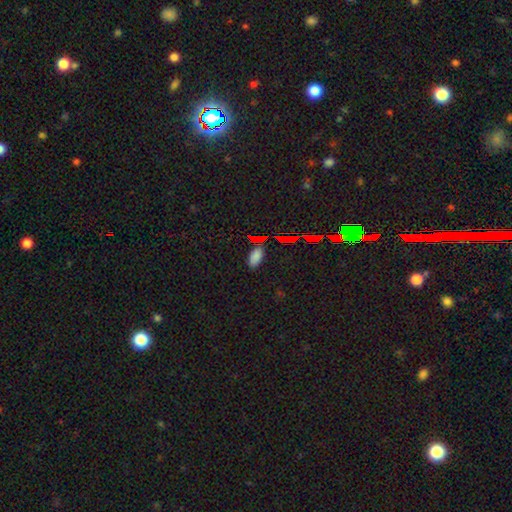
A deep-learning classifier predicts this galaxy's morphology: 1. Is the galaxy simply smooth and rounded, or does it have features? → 61% smooth, 31% star or artifact, 8% featured or disk.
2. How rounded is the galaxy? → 86% in between, 8% cigar-shaped, 6% round.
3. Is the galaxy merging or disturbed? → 77% none, 14% minor disturbance, 5% merger, 4% major disturbance.